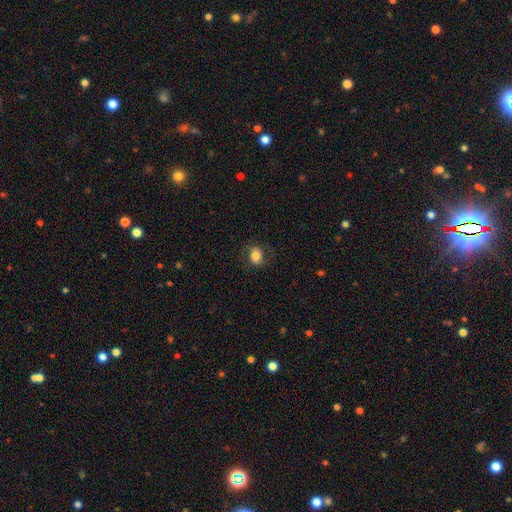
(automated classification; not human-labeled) The model was most divided on "how rounded": in between: 56%, round: 43%, cigar-shaped: 1%. More confident: smooth or featured — smooth (79%); merging — none (79%).